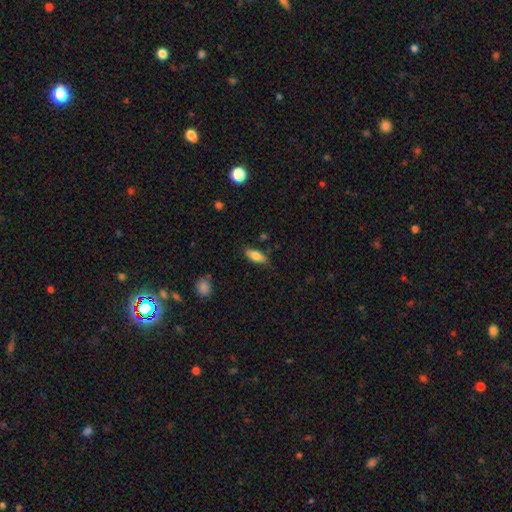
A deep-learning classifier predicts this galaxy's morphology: smooth_or_featured: smooth (p=0.78) [alt: featured or disk p=0.15]
how_rounded: in between (p=0.75) [alt: cigar-shaped p=0.23]
merging: none (p=0.78) [alt: minor disturbance p=0.17]